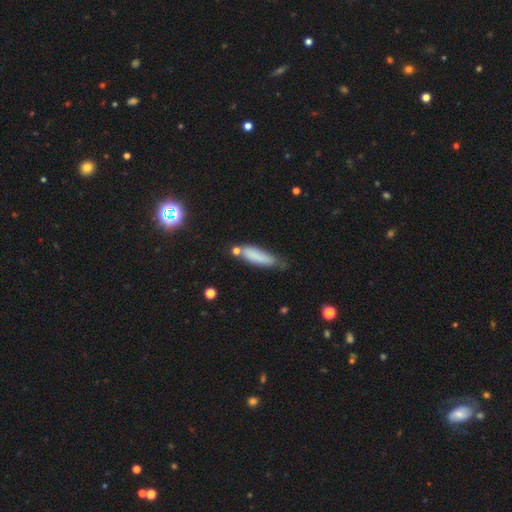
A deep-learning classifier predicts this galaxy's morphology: type=smooth (80%); roundness=cigar-shaped (61%); merging=none (47%).